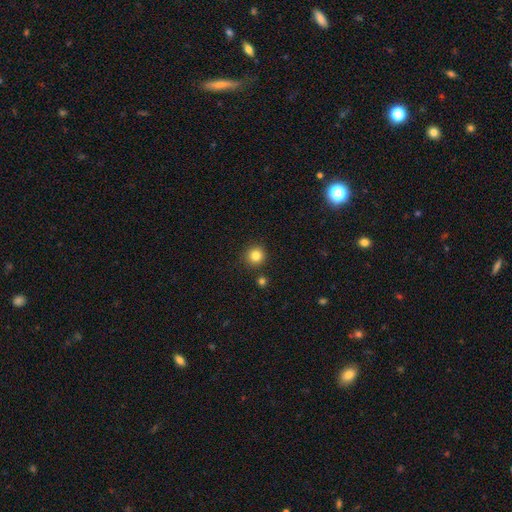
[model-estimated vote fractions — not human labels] Smooth or featured: smooth — 83% (star or artifact — 12%)
How rounded: round — 94% (in between — 5%)
Merging: none — 88% (minor disturbance — 6%)